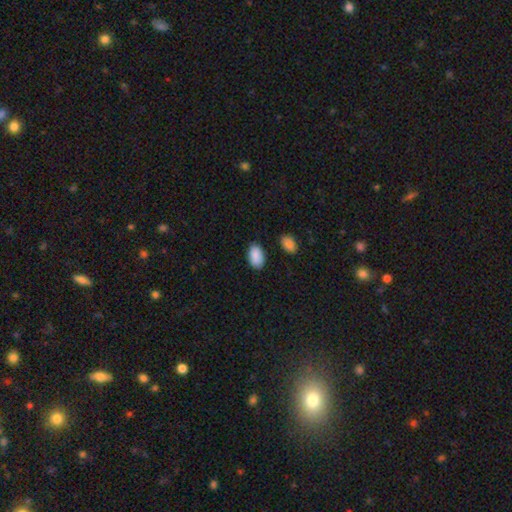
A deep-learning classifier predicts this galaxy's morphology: smooth 90%, star or artifact 6%, featured or disk 4%. Down the decision tree: how rounded — in between (94%); merging — none (83%).